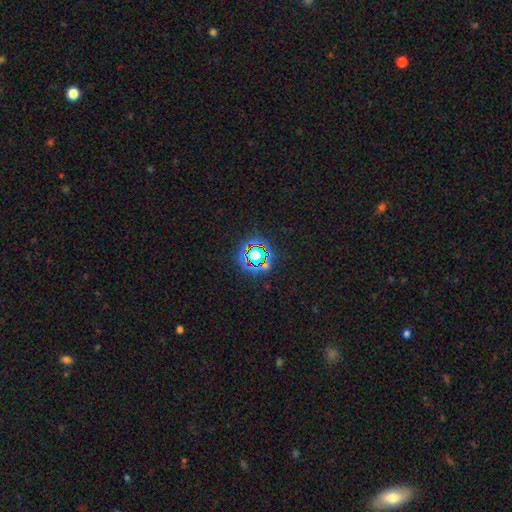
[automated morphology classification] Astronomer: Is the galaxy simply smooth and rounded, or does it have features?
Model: star or artifact — 69%.